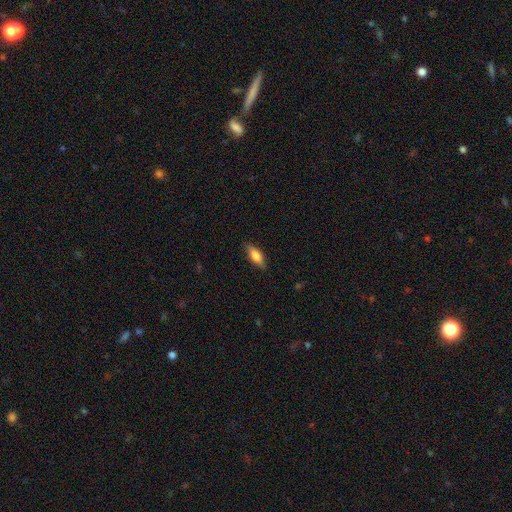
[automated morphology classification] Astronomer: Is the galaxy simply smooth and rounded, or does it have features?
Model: smooth — 73%.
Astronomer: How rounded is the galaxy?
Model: in between — 69%.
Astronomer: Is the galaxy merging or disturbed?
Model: none — 83%.